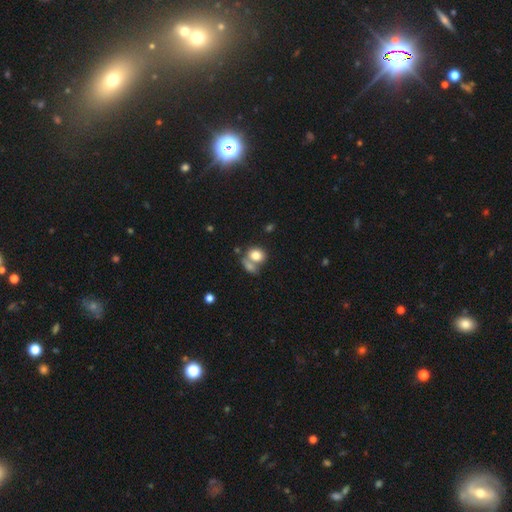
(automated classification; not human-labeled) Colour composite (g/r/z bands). It shows a smooth galaxy with no disk features (79%) that is round (56%). Merging: merger (42%).